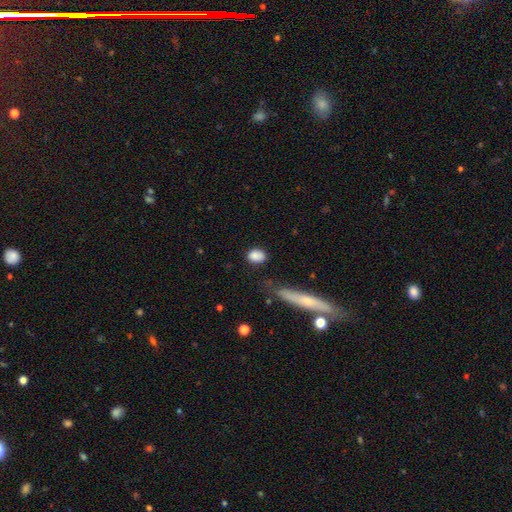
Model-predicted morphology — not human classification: smooth 86%, star or artifact 8%, featured or disk 6%. Down the decision tree: how rounded — in between (57%); merging — none (78%).